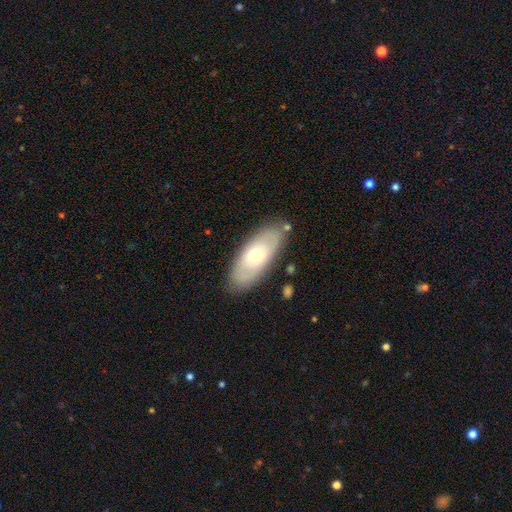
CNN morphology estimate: smooth_or_featured: smooth (p=0.52) [alt: featured or disk p=0.42]
how_rounded: in between (p=0.82) [alt: cigar-shaped p=0.15]
merging: none (p=0.82) [alt: minor disturbance p=0.13]